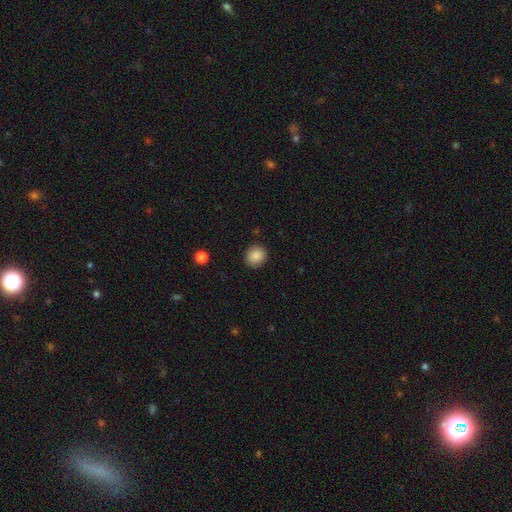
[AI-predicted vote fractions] This appears to be a smooth galaxy with no disk features (88%) that is round (77%). Merging: none (89%).